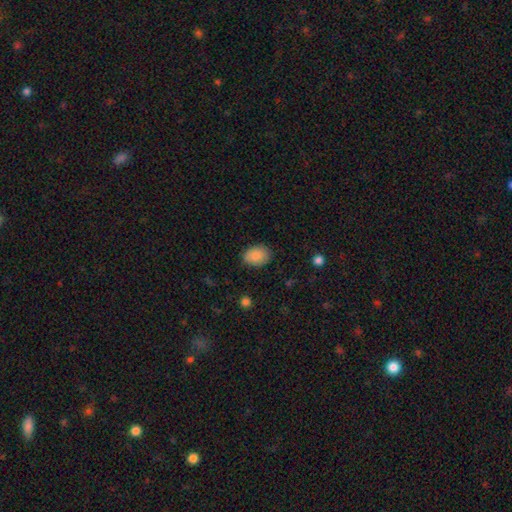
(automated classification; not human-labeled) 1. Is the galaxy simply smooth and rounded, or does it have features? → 87% smooth, 8% star or artifact, 5% featured or disk.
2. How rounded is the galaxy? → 71% in between, 28% round, 1% cigar-shaped.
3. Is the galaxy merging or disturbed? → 82% none, 14% minor disturbance, 3% major disturbance, 1% merger.